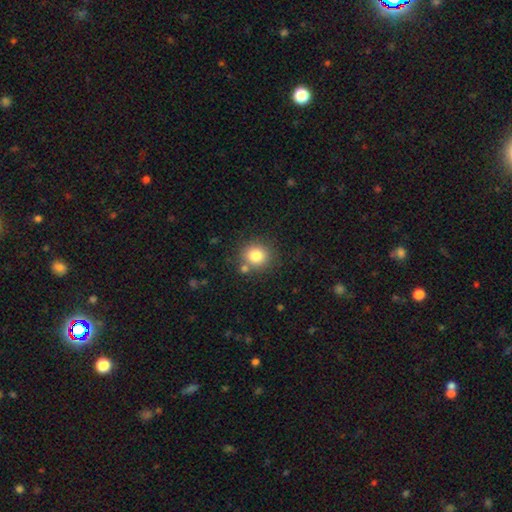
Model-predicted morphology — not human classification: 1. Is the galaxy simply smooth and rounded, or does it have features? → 81% smooth, 11% star or artifact, 8% featured or disk.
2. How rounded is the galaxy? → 86% round, 13% in between, 1% cigar-shaped.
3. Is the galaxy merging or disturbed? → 76% none, 10% merger, 10% minor disturbance, 3% major disturbance.